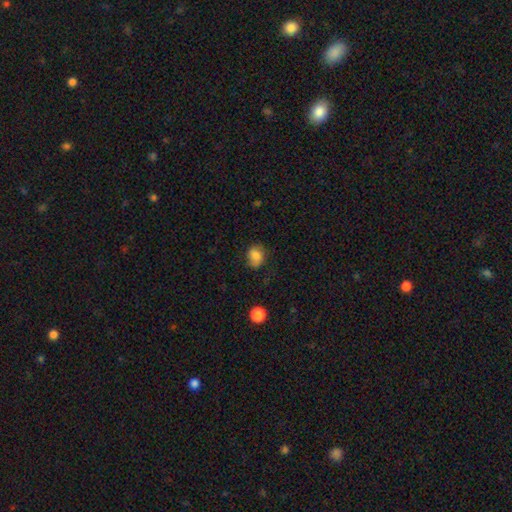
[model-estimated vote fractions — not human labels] smooth_or_featured: smooth (p=0.77) [alt: featured or disk p=0.13]
how_rounded: round (p=0.51) [alt: in between p=0.48]
merging: none (p=0.66) [alt: minor disturbance p=0.24]